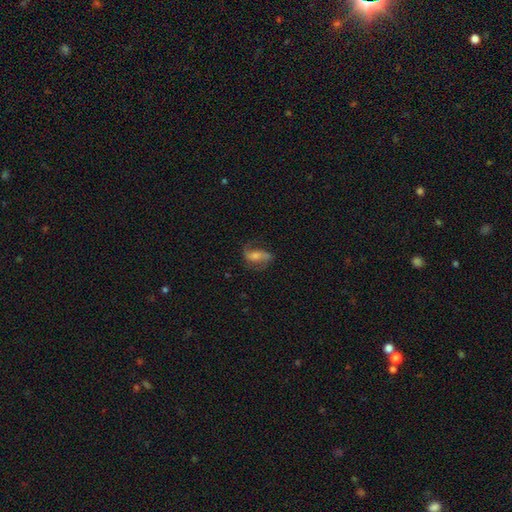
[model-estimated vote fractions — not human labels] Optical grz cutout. It shows a featured or disk galaxy (73%) with no bar (41%), 2 (87%) loose (53%) spiral arms (93%) and a moderate central bulge (45%). Merging: none (70%).